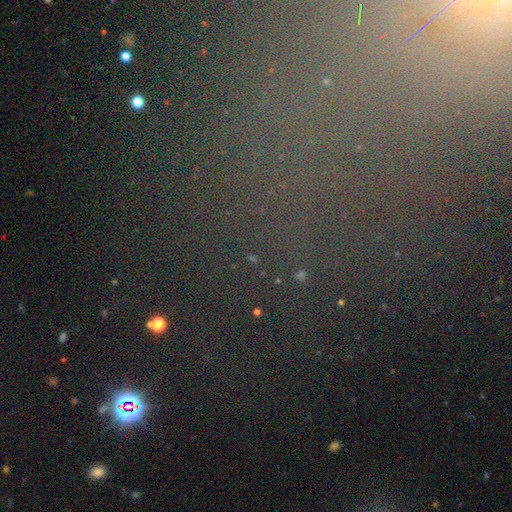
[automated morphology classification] Smooth or featured: star or artifact — 76% (smooth — 13%)